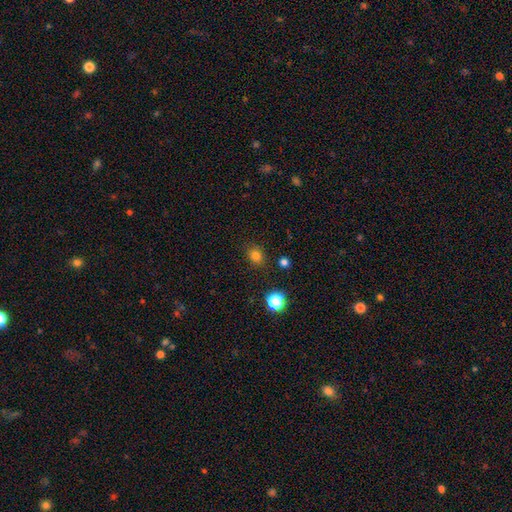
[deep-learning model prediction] smooth_or_featured: smooth (p=0.79) [alt: star or artifact p=0.16]
how_rounded: round (p=0.73) [alt: in between p=0.26]
merging: none (p=0.86) [alt: minor disturbance p=0.09]